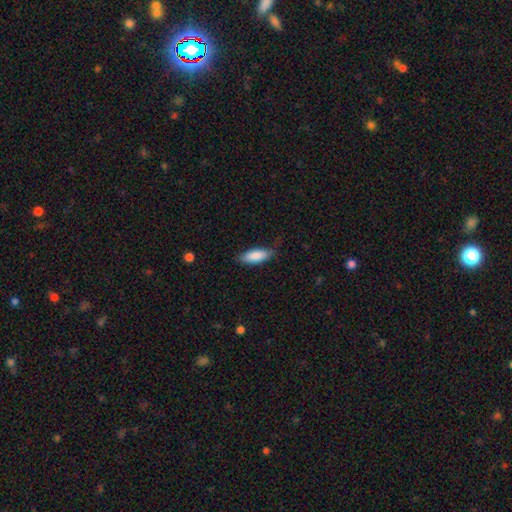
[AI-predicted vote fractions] The model was most divided on "merging": none: 68%, minor disturbance: 25%, major disturbance: 6%, merger: 1%. More confident: smooth or featured — smooth (85%); how rounded — in between (75%).